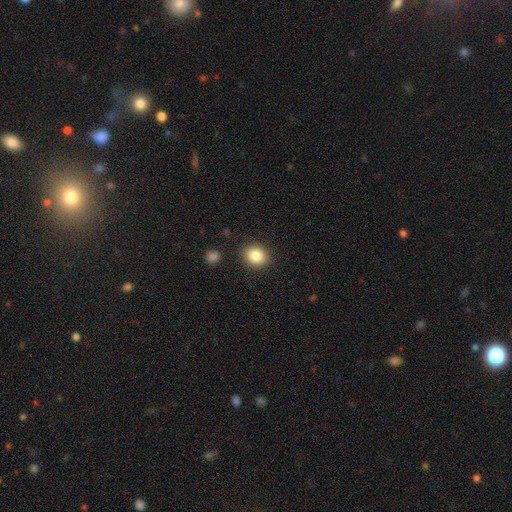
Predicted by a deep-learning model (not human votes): smooth_or_featured: smooth (p=0.85) [alt: star or artifact p=0.09]
how_rounded: round (p=0.74) [alt: in between p=0.25]
merging: none (p=0.88) [alt: minor disturbance p=0.07]